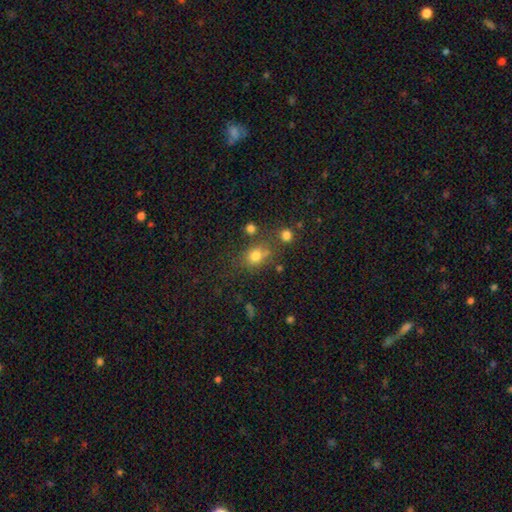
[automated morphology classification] A smooth galaxy with no disk features (76%) that is round (59%). Merging: none (63%).